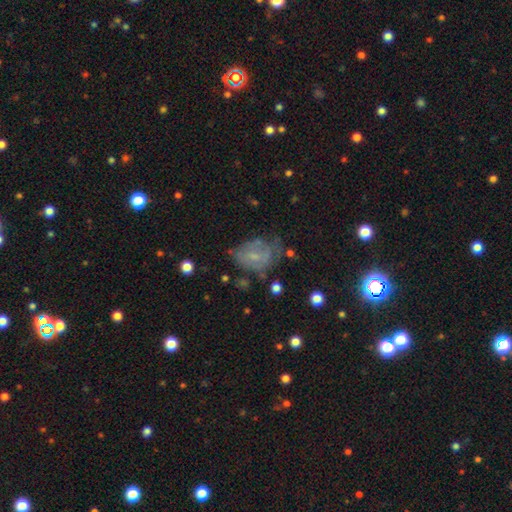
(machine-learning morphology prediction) smooth_or_featured: featured or disk (p=0.47) [alt: smooth p=0.41]
merging: none (p=0.44) [alt: minor disturbance p=0.30]